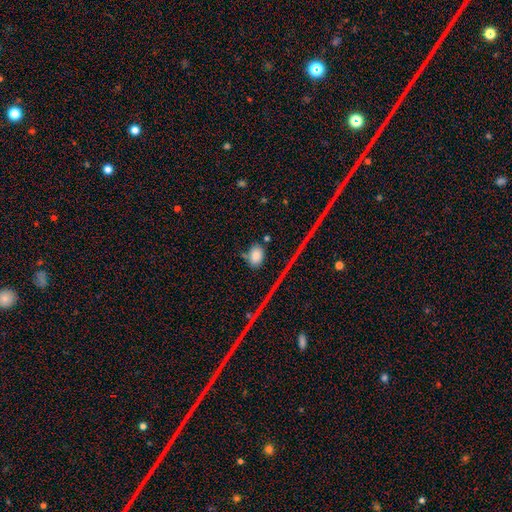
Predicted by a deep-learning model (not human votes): smooth 77%, star or artifact 15%, featured or disk 8%. Down the decision tree: how rounded — in between (61%); merging — none (71%).